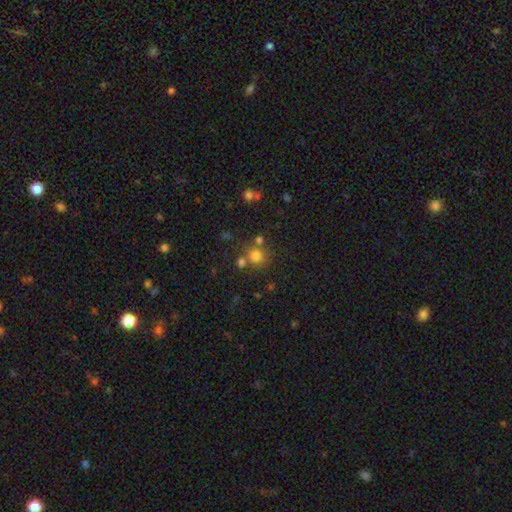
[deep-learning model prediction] This appears to be a smooth galaxy with no disk features (76%) that is round (89%). Merging: none (68%).